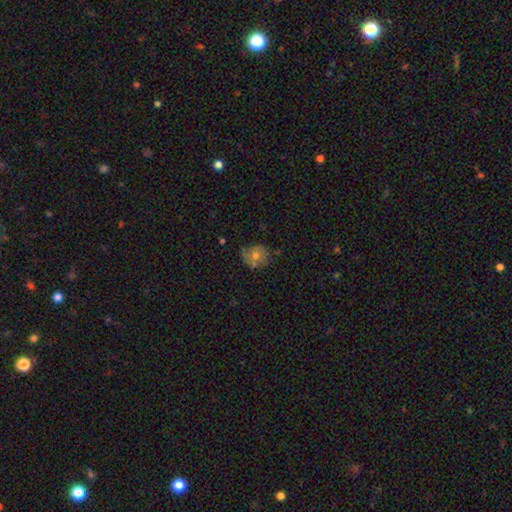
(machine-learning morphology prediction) A featured or disk galaxy (47%).

Vote fractions:
- Smooth or featured? featured or disk: 47% / smooth: 42% / star or artifact: 11%
- Merging? none: 63% / minor disturbance: 25% / major disturbance: 11% / merger: 2%